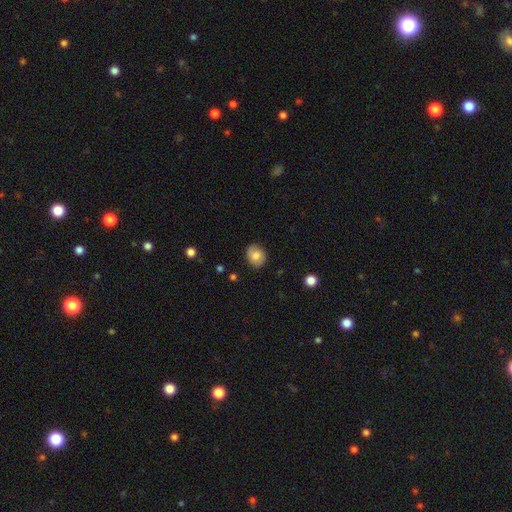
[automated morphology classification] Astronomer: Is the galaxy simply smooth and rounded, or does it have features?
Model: smooth — 78%.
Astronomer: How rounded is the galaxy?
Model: round — 60% (runner-up: in between, 39%).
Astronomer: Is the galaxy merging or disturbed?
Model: none — 84%.